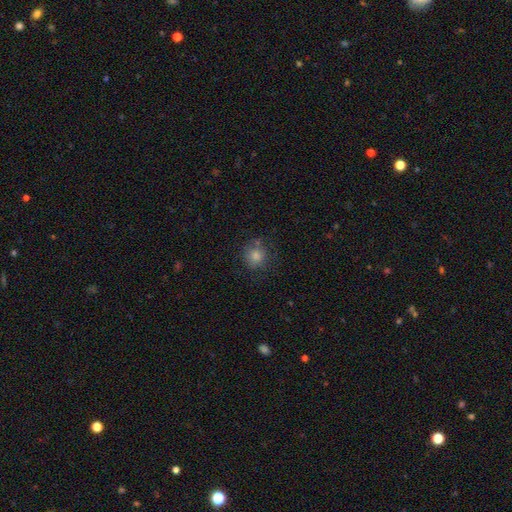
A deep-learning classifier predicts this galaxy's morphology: Smooth or featured: smooth — 75% (star or artifact — 16%)
How rounded: round — 89% (in between — 10%)
Merging: none — 76% (minor disturbance — 15%)